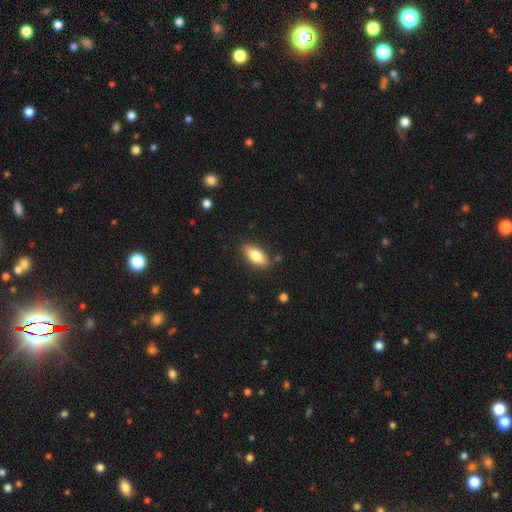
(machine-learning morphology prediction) The model was most divided on "smooth or featured": smooth: 79%, featured or disk: 14%, star or artifact: 7%. More confident: how rounded — in between (87%); merging — none (83%).